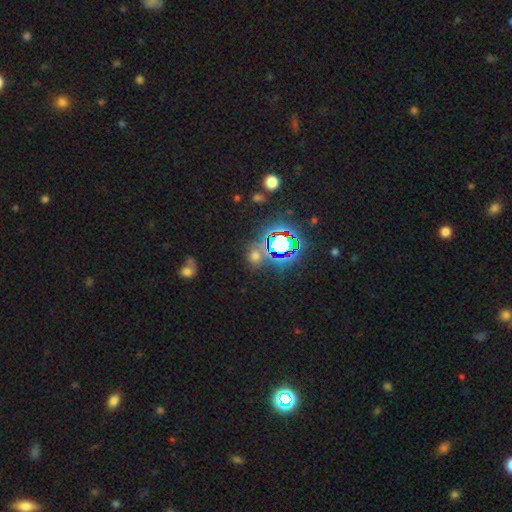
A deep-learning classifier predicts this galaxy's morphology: type=star or artifact (46%).